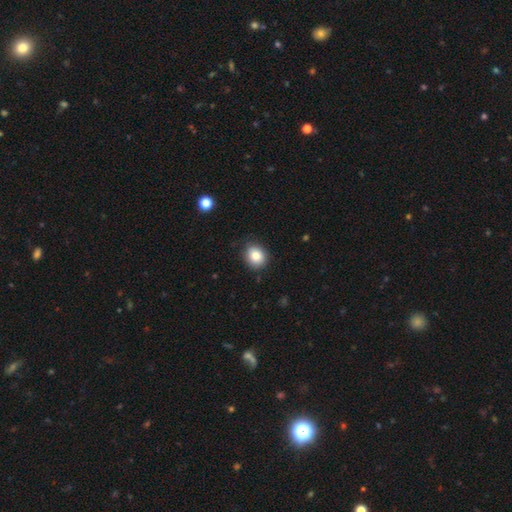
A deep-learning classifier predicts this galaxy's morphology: Overall: smooth (84%). How rounded: round (64%; in between 35%). Merging: none (85%).